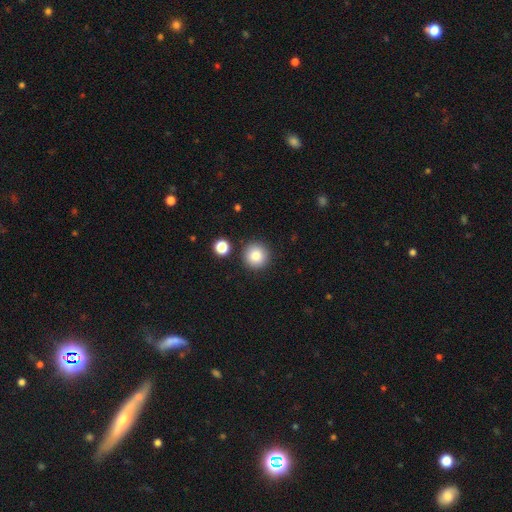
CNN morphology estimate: A smooth galaxy with no disk features (84%) that is round (95%). Merging: none (87%).